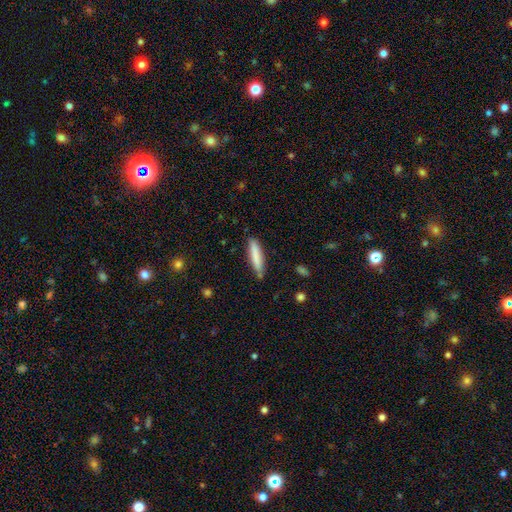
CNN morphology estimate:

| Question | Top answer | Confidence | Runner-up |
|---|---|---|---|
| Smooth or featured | smooth | 81% | featured or disk (13%) |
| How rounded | cigar-shaped | 87% | in between (12%) |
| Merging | none | 81% | minor disturbance (14%) |